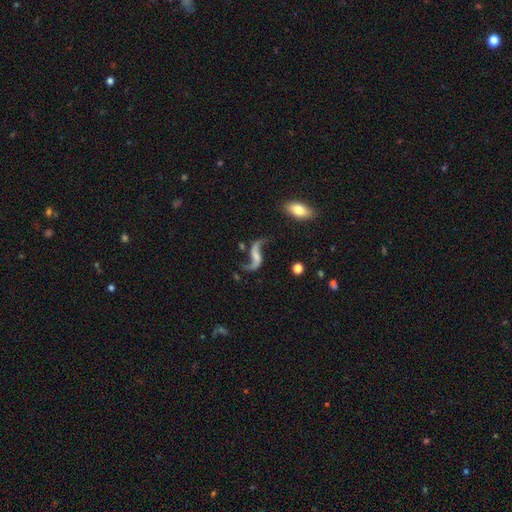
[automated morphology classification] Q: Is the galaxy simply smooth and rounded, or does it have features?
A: featured or disk — 87%.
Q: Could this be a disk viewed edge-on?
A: no — 96%.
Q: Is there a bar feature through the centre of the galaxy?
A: no — 47%.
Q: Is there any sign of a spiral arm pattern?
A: yes — 96%.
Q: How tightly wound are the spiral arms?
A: loose — 94%.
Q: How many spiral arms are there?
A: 2 — 93%.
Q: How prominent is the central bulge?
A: none — 53%.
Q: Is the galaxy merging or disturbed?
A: none — 69%.